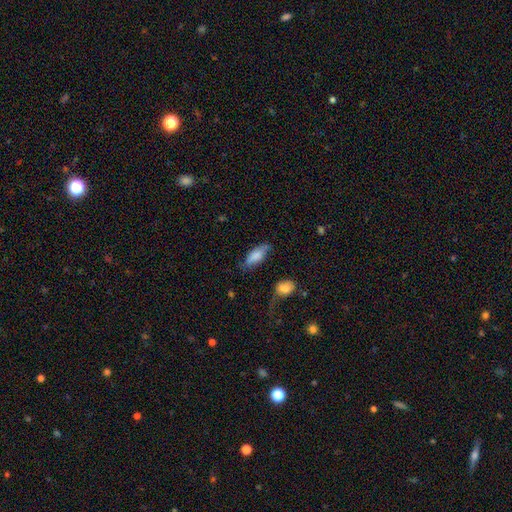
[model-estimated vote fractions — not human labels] This appears to be a smooth galaxy with no disk features (76%) that is in between round and cigar-shaped (76%). Merging: none (56%).